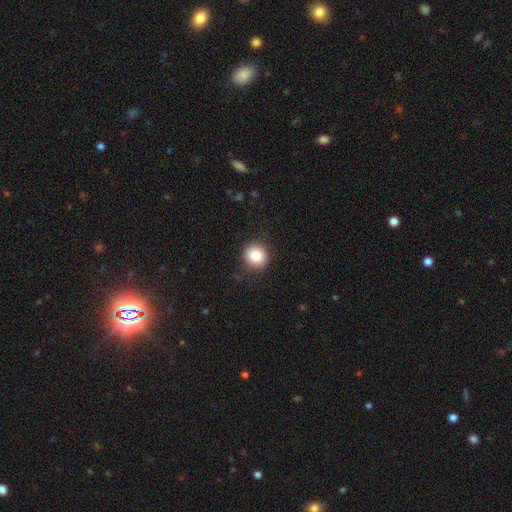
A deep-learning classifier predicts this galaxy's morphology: Smooth or featured: smooth — 86% (star or artifact — 9%)
How rounded: round — 82% (in between — 17%)
Merging: none — 89% (minor disturbance — 8%)